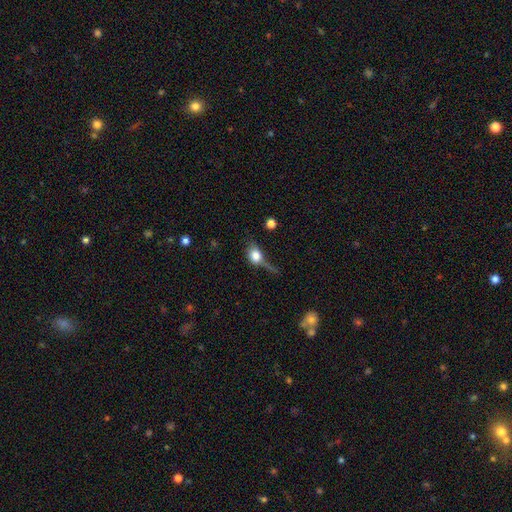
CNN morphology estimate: Overall: smooth (70%). How rounded: in between (48%; round 47%). Merging: major disturbance (32%; none 31%).